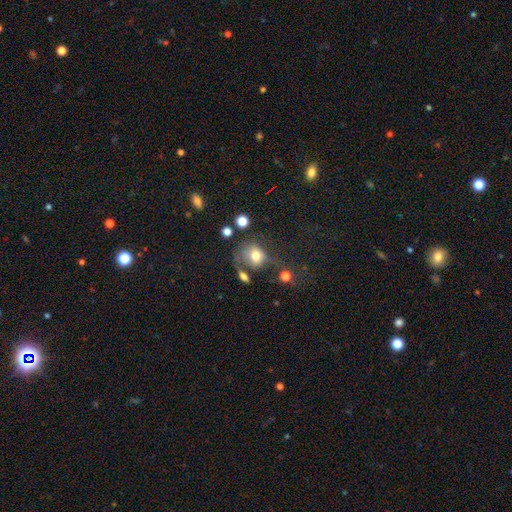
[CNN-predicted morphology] A smooth galaxy with no disk features (73%) that is round (66%). Merging: none (40%).